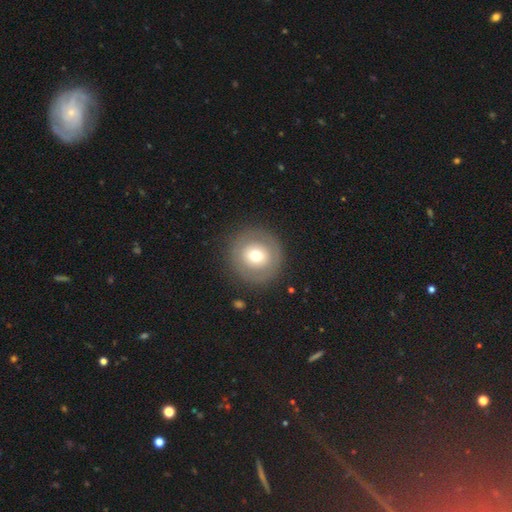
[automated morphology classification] smooth_or_featured: smooth (p=0.61) [alt: featured or disk p=0.30]
how_rounded: round (p=0.95) [alt: in between p=0.04]
merging: none (p=0.87) [alt: minor disturbance p=0.07]